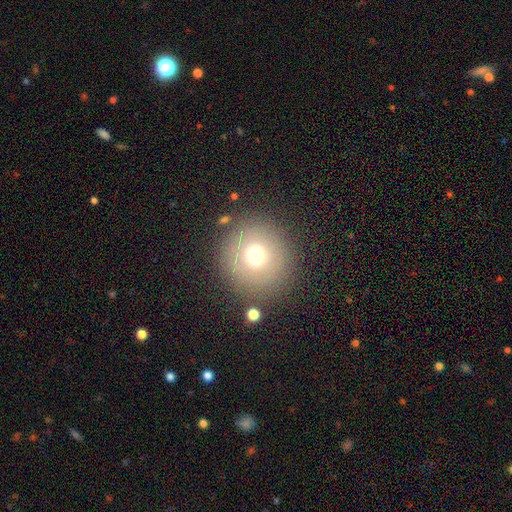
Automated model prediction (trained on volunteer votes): Q: Smooth or featured?
A: smooth (70%); runner-up: featured or disk (16%)
Q: How rounded?
A: round (94%); runner-up: in between (5%)
Q: Merging?
A: none (84%); runner-up: minor disturbance (9%)